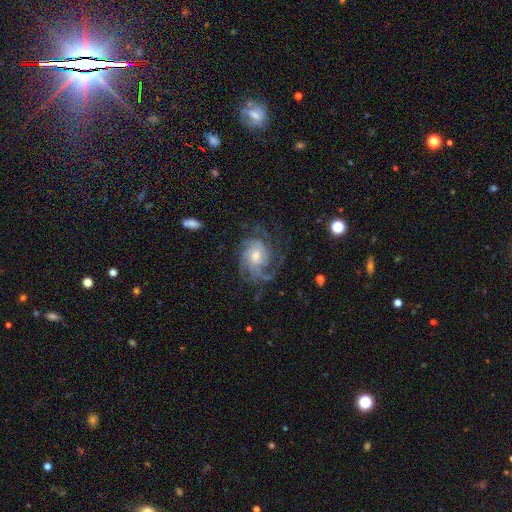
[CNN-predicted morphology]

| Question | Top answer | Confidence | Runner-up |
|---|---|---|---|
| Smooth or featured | featured or disk | 87% | star or artifact (7%) |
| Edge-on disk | no | 97% | yes (3%) |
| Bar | no | 70% | weak (25%) |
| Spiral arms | yes | 97% | no (3%) |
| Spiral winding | tight | 58% | medium (34%) |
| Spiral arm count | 4 | 26% | 3 (23%) |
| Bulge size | moderate | 56% | small (36%) |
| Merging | none | 71% | minor disturbance (16%) |